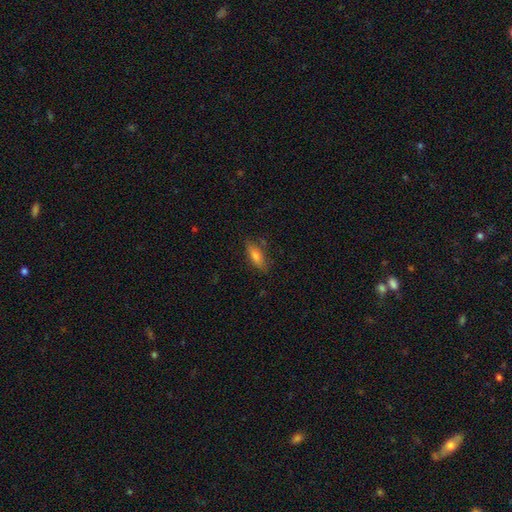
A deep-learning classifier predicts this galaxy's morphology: Smooth or featured: smooth — 71% (featured or disk — 19%)
How rounded: in between — 61% (cigar-shaped — 36%)
Merging: none — 77% (minor disturbance — 16%)